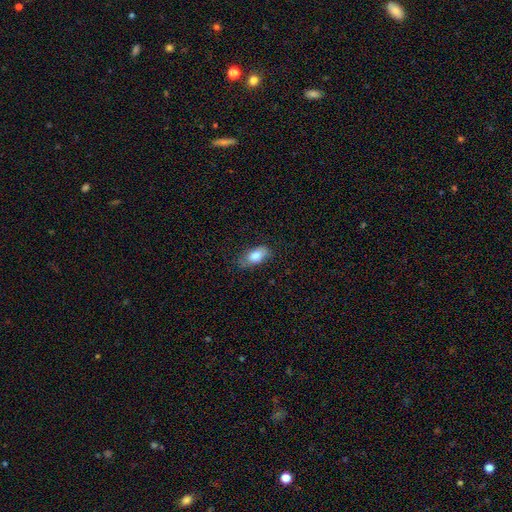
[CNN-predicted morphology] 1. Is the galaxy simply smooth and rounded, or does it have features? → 81% smooth, 12% featured or disk, 7% star or artifact.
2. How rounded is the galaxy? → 89% in between, 6% cigar-shaped, 5% round.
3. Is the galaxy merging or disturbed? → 68% none, 24% minor disturbance, 6% major disturbance, 1% merger.